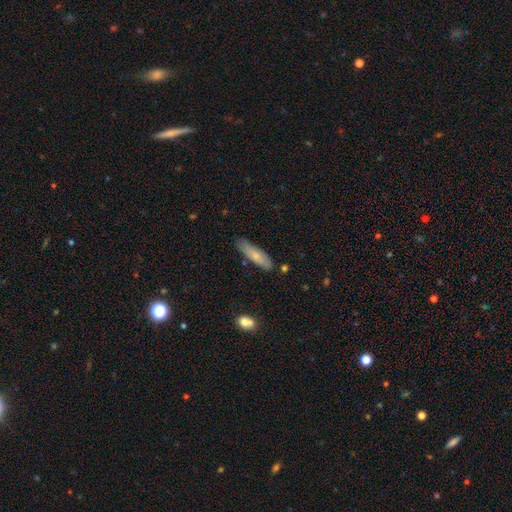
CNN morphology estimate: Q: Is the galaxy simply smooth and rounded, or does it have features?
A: smooth — 72%.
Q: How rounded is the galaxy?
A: cigar-shaped — 68%.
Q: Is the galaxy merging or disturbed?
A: none — 79%.